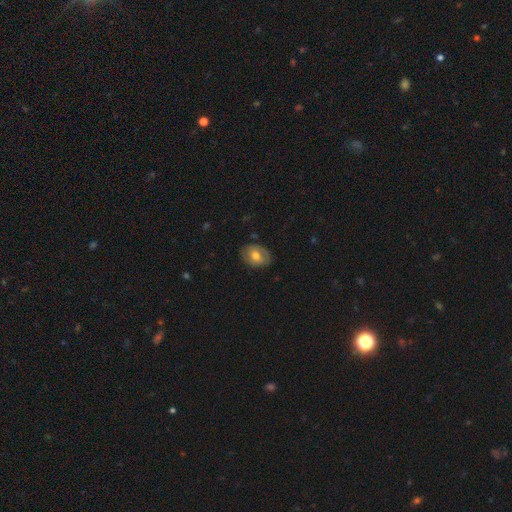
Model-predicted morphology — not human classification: The model was most divided on "smooth or featured": smooth: 61%, featured or disk: 31%, star or artifact: 8%. More confident: merging — none (80%); how rounded — in between (69%).